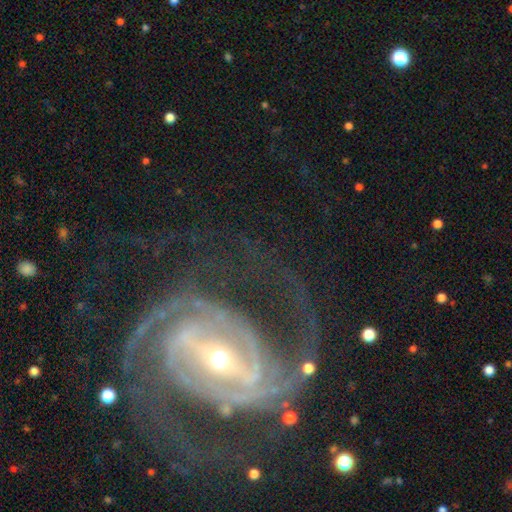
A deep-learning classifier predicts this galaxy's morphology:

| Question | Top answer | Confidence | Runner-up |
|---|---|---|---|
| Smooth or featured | featured or disk | 90% | star or artifact (6%) |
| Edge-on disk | no | 97% | yes (3%) |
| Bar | strong | 61% | weak (27%) |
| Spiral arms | yes | 98% | no (2%) |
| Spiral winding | tight | 45% | medium (43%) |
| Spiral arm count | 2 | 53% | 3 (15%) |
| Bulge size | small | 61% | moderate (35%) |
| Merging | none | 61% | major disturbance (22%) |